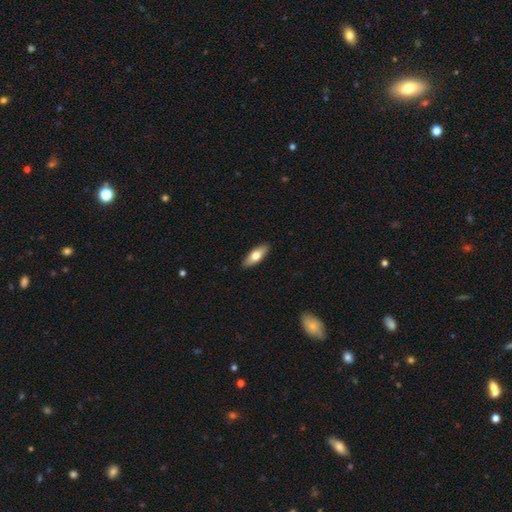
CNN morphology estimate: Q: Smooth or featured?
A: smooth (68%); runner-up: featured or disk (27%)
Q: How rounded?
A: in between (67%); runner-up: cigar-shaped (31%)
Q: Merging?
A: none (90%); runner-up: minor disturbance (8%)